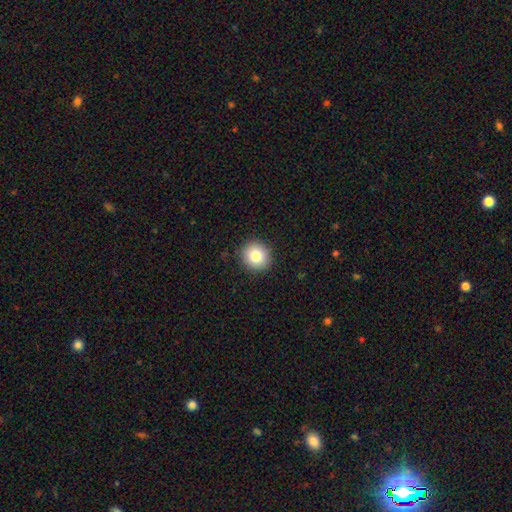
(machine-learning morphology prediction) Smooth or featured: smooth — 81% (star or artifact — 10%)
How rounded: round — 89% (in between — 10%)
Merging: none — 90% (minor disturbance — 7%)